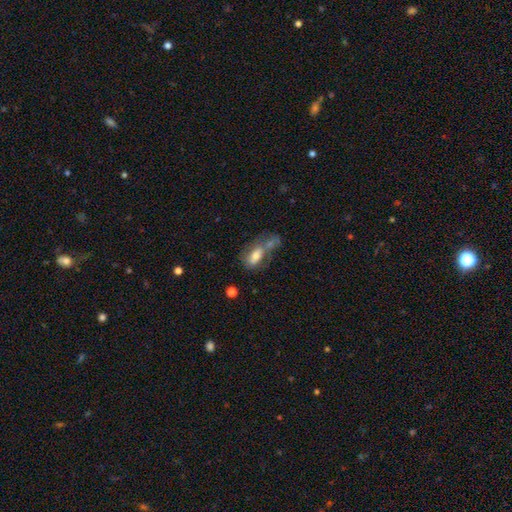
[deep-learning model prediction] Smooth or featured? smooth (64%)
How rounded? in between (84%)
Merging? merger (40%)